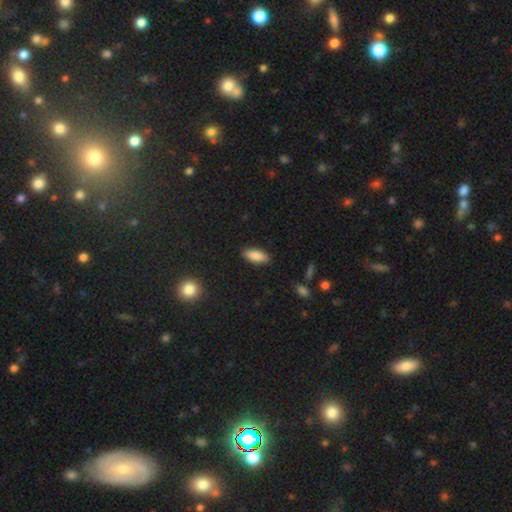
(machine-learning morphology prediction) The model was most divided on "how rounded": in between: 80%, cigar-shaped: 18%, round: 2%. More confident: merging — none (88%); smooth or featured — smooth (87%).